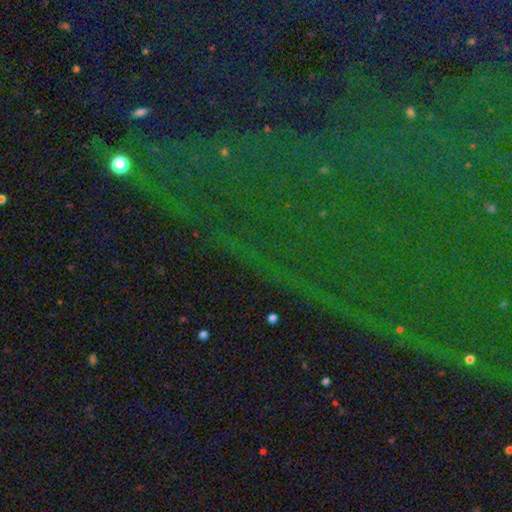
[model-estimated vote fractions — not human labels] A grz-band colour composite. It shows a star or artifact, not a galaxy (87%).